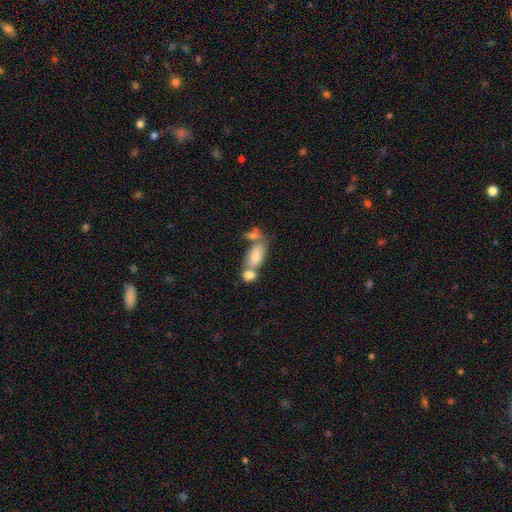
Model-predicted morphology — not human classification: Overall: smooth (77%). How rounded: in between (88%). Merging: merger (55%; none 28%).